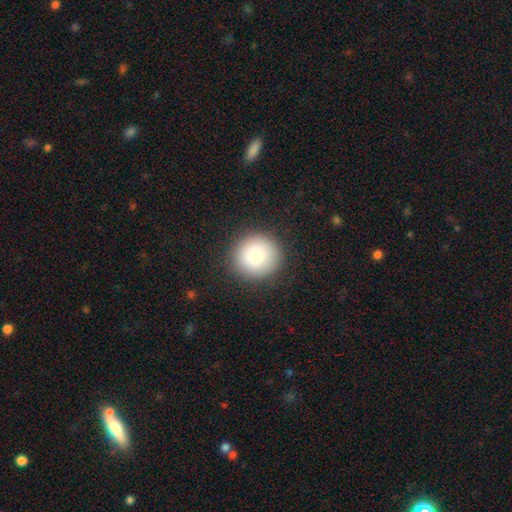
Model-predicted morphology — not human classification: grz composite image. It shows a smooth galaxy with no disk features (83%) that is round (94%). Merging: none (90%).